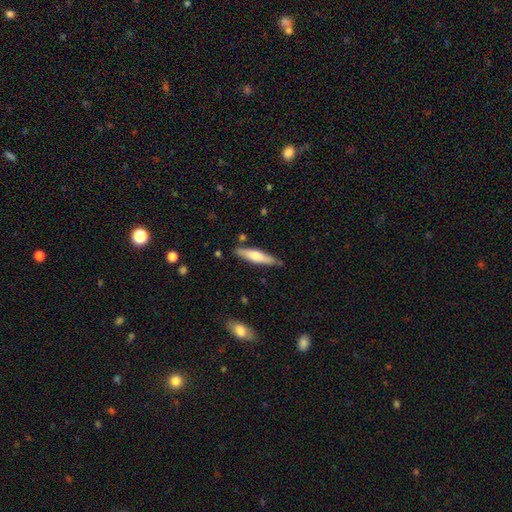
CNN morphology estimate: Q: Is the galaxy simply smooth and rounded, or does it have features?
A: smooth — 58%.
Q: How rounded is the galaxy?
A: cigar-shaped — 79%.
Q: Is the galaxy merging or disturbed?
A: none — 83%.